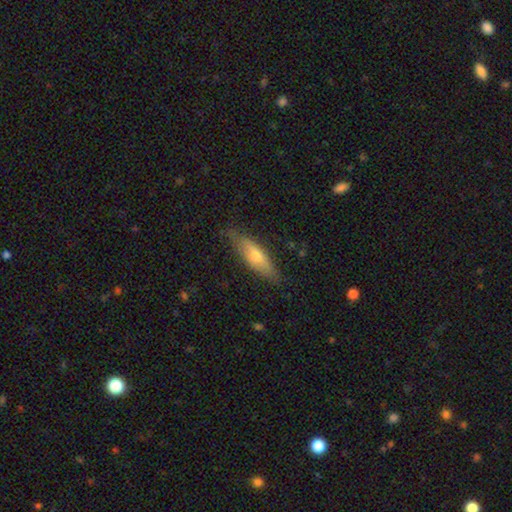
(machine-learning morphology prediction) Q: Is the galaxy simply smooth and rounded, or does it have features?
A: smooth — 51%.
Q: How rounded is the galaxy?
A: cigar-shaped — 62%.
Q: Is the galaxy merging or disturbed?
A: none — 78%.